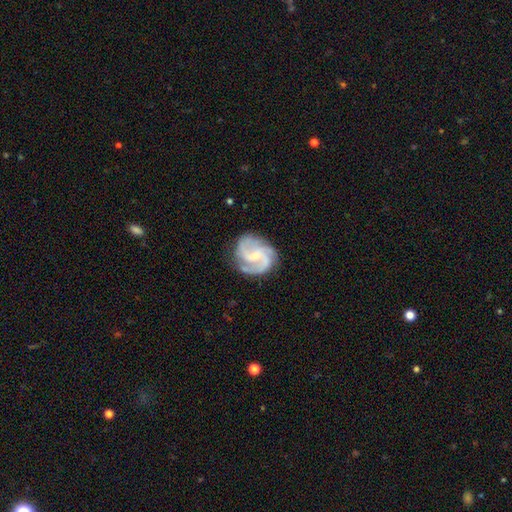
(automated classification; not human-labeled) Q: Smooth or featured?
A: featured or disk (89%); runner-up: smooth (6%)
Q: Edge-on disk?
A: no (98%); runner-up: yes (2%)
Q: Bar?
A: weak (45%); tied with: no (45%)
Q: Spiral arms?
A: yes (98%); runner-up: no (2%)
Q: Spiral winding?
A: medium (54%); runner-up: tight (31%)
Q: Spiral arm count?
A: 3 (54%); runner-up: 2 (22%)
Q: Bulge size?
A: small (67%); runner-up: moderate (25%)
Q: Merging?
A: none (75%); runner-up: minor disturbance (17%)